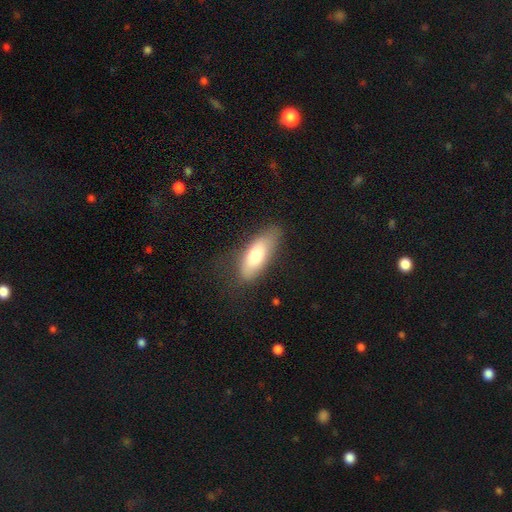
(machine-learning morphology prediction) smooth-or-featured: smooth: 72% | featured or disk: 22% | star or artifact: 6%
  how-rounded: in between: 72% | cigar-shaped: 26% | round: 2%
  merging: none: 72% | minor disturbance: 20% | major disturbance: 7% | merger: 1%